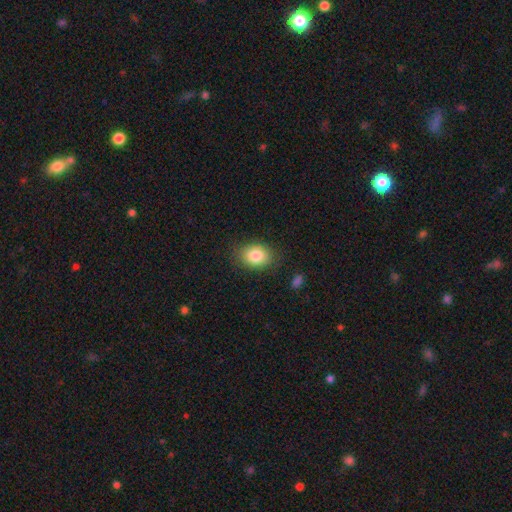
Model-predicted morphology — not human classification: smooth_or_featured: smooth (p=0.83) [alt: featured or disk p=0.09]
how_rounded: in between (p=0.67) [alt: round p=0.32]
merging: none (p=0.82) [alt: minor disturbance p=0.13]